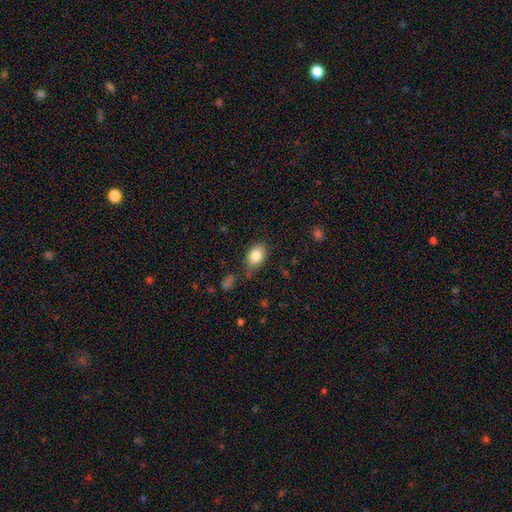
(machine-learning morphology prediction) Smooth or featured?
  - smooth: 84% *
  - featured or disk: 8%
  - star or artifact: 8%
How rounded?
  - in between: 85% *
  - round: 14%
  - cigar-shaped: 1%
Merging?
  - none: 73% *
  - minor disturbance: 19%
  - major disturbance: 5%
  - merger: 4%